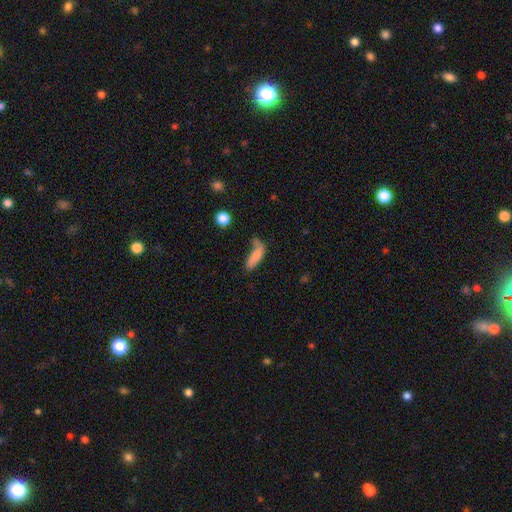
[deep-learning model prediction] smooth 75%, featured or disk 16%, star or artifact 9%. Down the decision tree: how rounded — in between (56%); merging — none (35%).